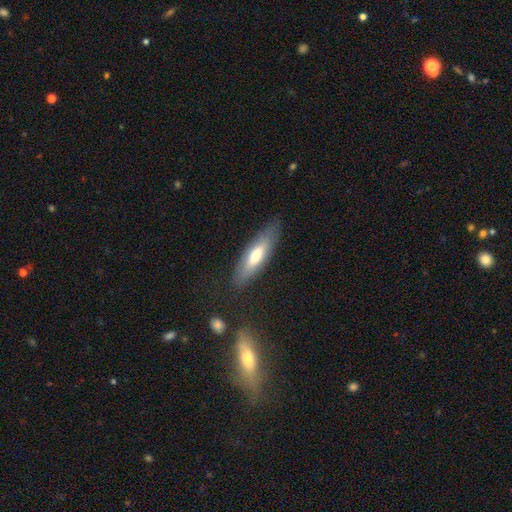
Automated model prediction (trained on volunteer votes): smooth-or-featured: smooth: 60% | featured or disk: 33% | star or artifact: 6%
  how-rounded: cigar-shaped: 56% | in between: 42% | round: 2%
  merging: none: 81% | minor disturbance: 13% | major disturbance: 4% | merger: 2%